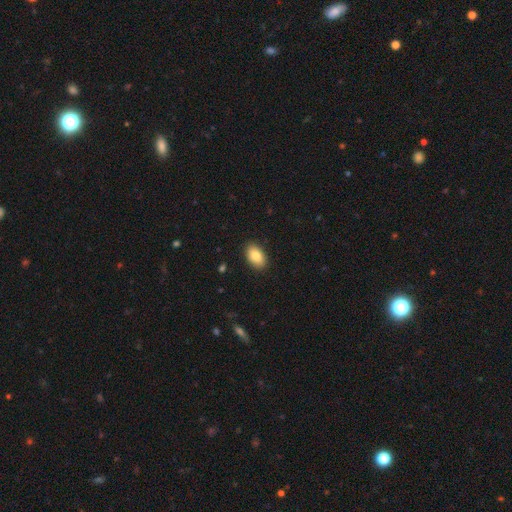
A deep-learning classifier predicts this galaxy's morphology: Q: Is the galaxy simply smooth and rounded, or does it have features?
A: smooth — 85%.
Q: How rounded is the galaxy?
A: in between — 91%.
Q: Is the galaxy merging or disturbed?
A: none — 89%.